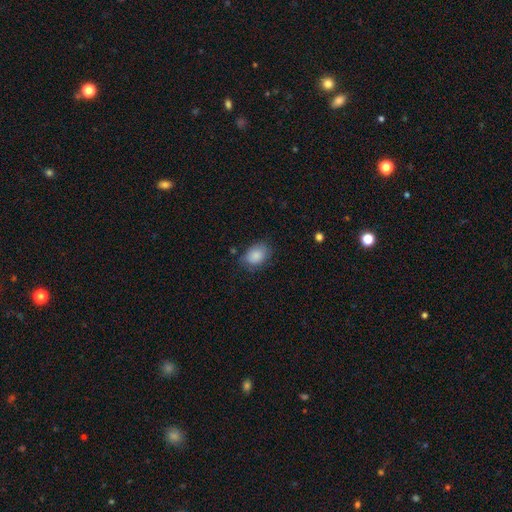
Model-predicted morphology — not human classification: type=smooth (87%); roundness=in between (77%); merging=none (72%).